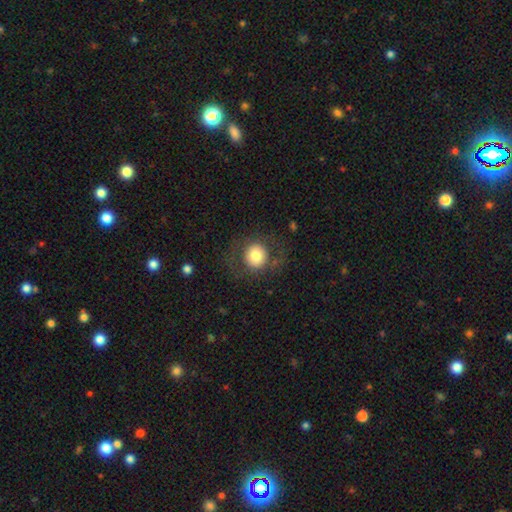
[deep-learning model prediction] This appears to be a smooth galaxy with no disk features (72%) that is round (88%). Merging: none (76%).